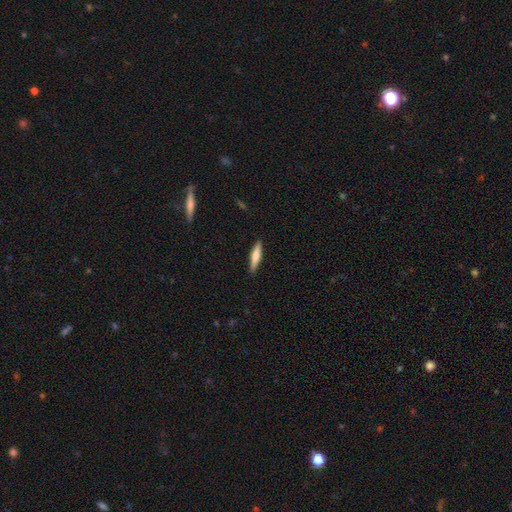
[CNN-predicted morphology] smooth 65%, featured or disk 30%, star or artifact 5%. Down the decision tree: how rounded — cigar-shaped (84%); merging — none (89%).